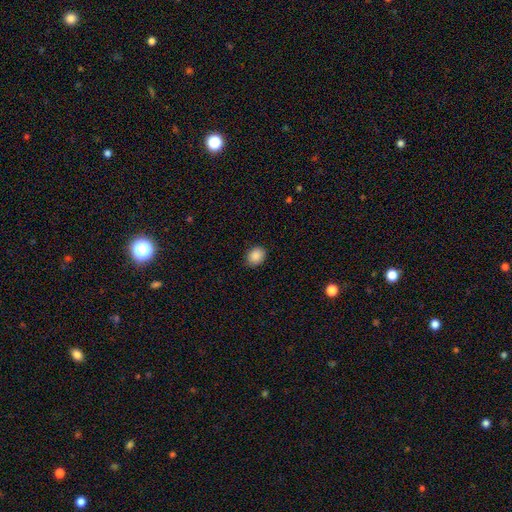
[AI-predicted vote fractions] smooth-or-featured: smooth: 88% | star or artifact: 8% | featured or disk: 3%
  how-rounded: in between: 51% | round: 49% | cigar-shaped: 1%
  merging: none: 86% | minor disturbance: 10% | major disturbance: 2% | merger: 1%